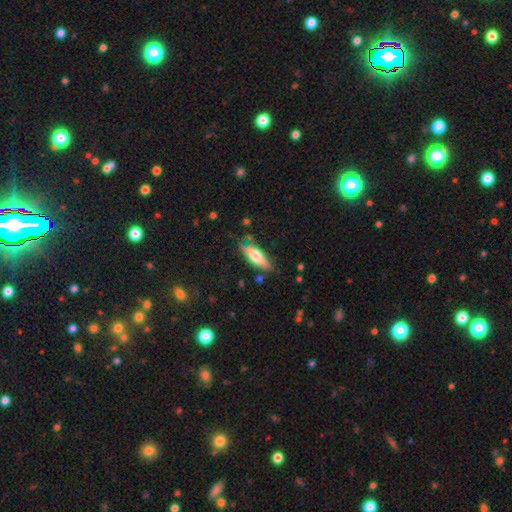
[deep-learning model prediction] smooth 61%, featured or disk 33%, star or artifact 6%. Down the decision tree: how rounded — in between (57%); merging — none (72%).